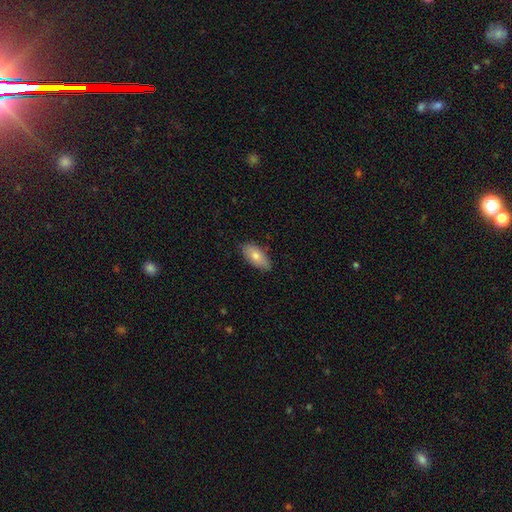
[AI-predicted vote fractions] smooth-or-featured: smooth: 76% | featured or disk: 18% | star or artifact: 6%
  how-rounded: in between: 91% | cigar-shaped: 7% | round: 3%
  merging: none: 82% | minor disturbance: 15% | major disturbance: 2% | merger: 1%